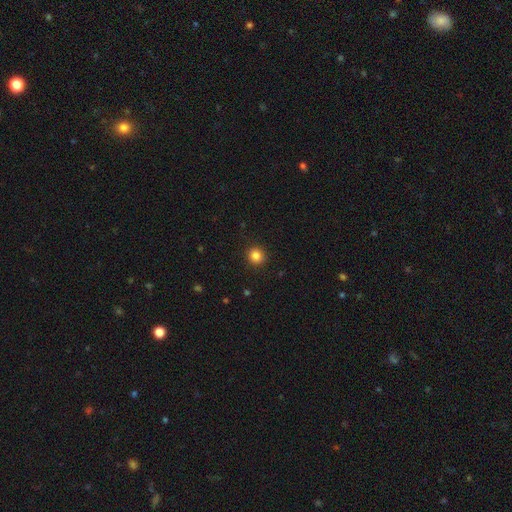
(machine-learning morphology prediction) Q: Smooth or featured?
A: smooth (85%); runner-up: star or artifact (11%)
Q: How rounded?
A: round (91%); runner-up: in between (8%)
Q: Merging?
A: none (92%); runner-up: minor disturbance (6%)